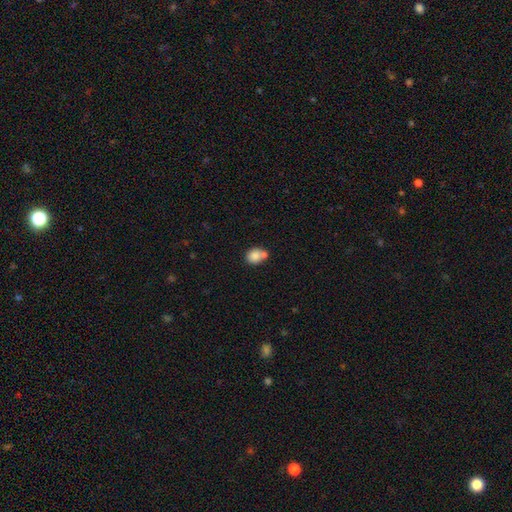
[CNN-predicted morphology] Smooth or featured?
  - smooth: 80% *
  - featured or disk: 11%
  - star or artifact: 9%
How rounded?
  - round: 63% *
  - in between: 37%
  - cigar-shaped: 1%
Merging?
  - merger: 43% *
  - none: 40%
  - minor disturbance: 12%
  - major disturbance: 4%